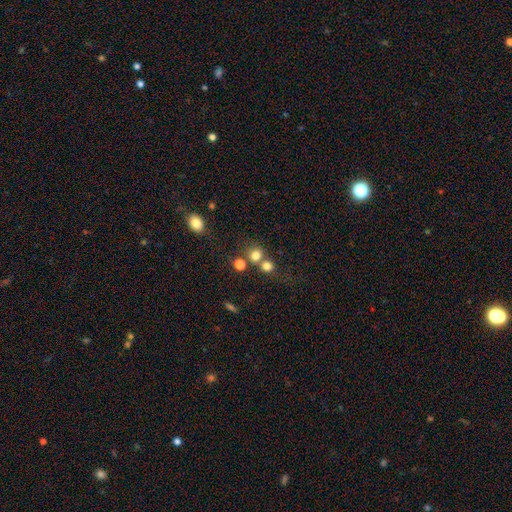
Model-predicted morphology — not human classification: This is likely a smooth galaxy (76%). How rounded: clearly round (85%). Merging: possibly none (53%).